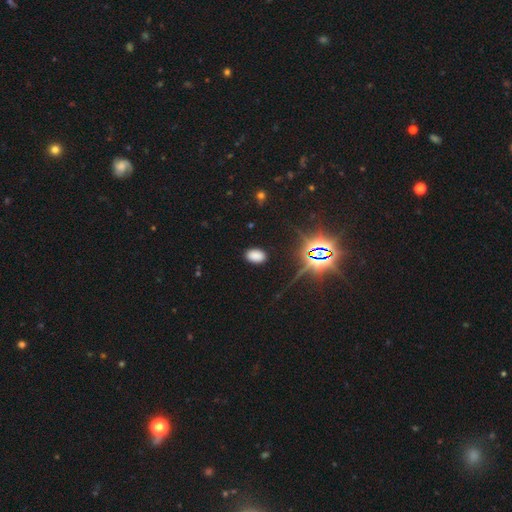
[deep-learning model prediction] Q: Smooth or featured?
A: smooth (74%); runner-up: star or artifact (21%)
Q: How rounded?
A: in between (91%); runner-up: round (8%)
Q: Merging?
A: none (88%); runner-up: minor disturbance (8%)